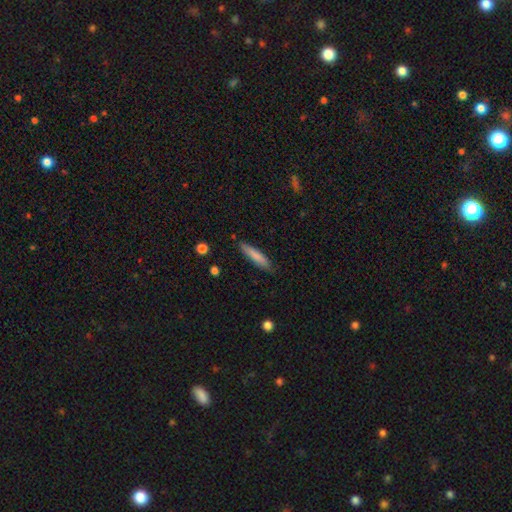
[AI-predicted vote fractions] Smooth or featured?
  - smooth: 80% *
  - featured or disk: 14%
  - star or artifact: 6%
How rounded?
  - cigar-shaped: 85% *
  - in between: 13%
  - round: 1%
Merging?
  - none: 84% *
  - minor disturbance: 12%
  - major disturbance: 2%
  - merger: 2%